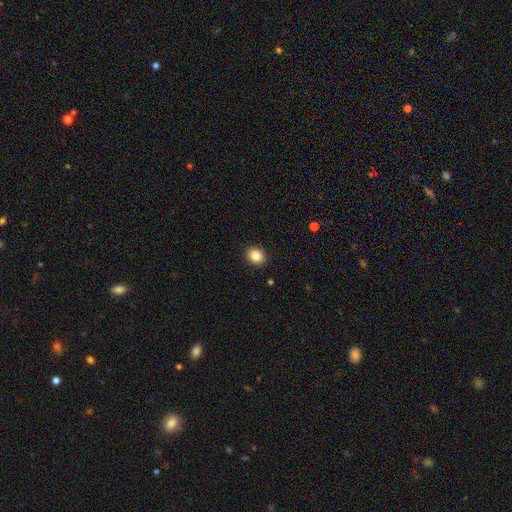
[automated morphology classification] Overall: smooth (84%). How rounded: round (68%; in between 31%). Merging: none (91%).